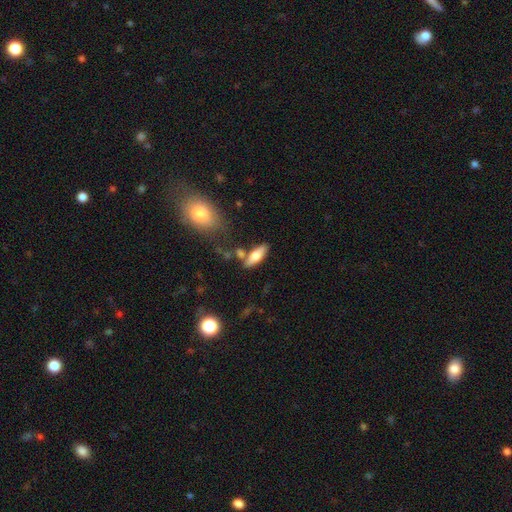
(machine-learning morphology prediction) smooth_or_featured: smooth (p=0.66) [alt: featured or disk p=0.27]
how_rounded: in between (p=0.60) [alt: cigar-shaped p=0.37]
merging: none (p=0.73) [alt: minor disturbance p=0.13]